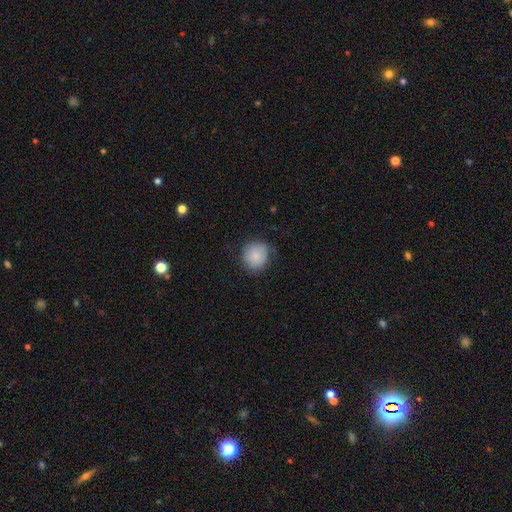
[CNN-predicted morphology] Smooth or featured?
  - smooth: 82% *
  - featured or disk: 10%
  - star or artifact: 8%
How rounded?
  - round: 90% *
  - in between: 9%
  - cigar-shaped: 1%
Merging?
  - none: 74% *
  - minor disturbance: 20%
  - major disturbance: 5%
  - merger: 1%